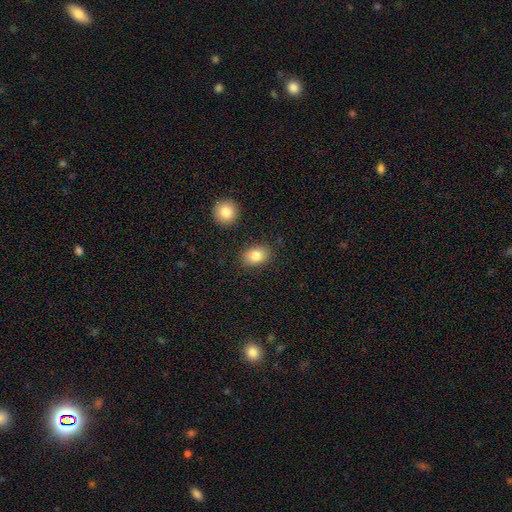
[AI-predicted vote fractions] A smooth galaxy with no disk features (82%) that is in between round and cigar-shaped (75%).

Vote fractions:
- Smooth or featured? smooth: 82% / featured or disk: 9% / star or artifact: 9%
- How rounded? in between: 75% / round: 24% / cigar-shaped: 1%
- Merging? none: 84% / minor disturbance: 10% / merger: 3% / major disturbance: 3%